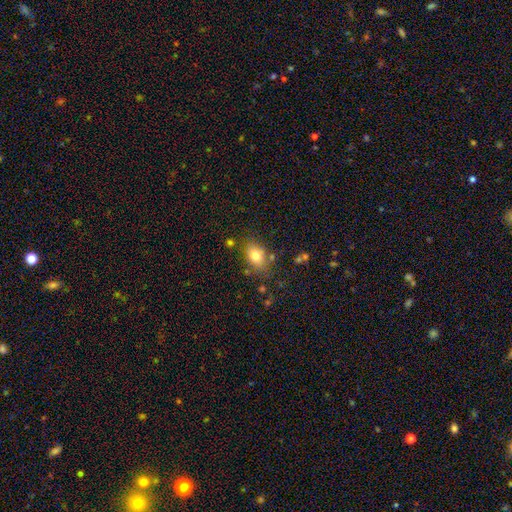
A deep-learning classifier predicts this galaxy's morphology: Smooth or featured?
  - smooth: 79% *
  - featured or disk: 11%
  - star or artifact: 10%
How rounded?
  - in between: 76% *
  - round: 23%
  - cigar-shaped: 1%
Merging?
  - none: 73% *
  - minor disturbance: 16%
  - merger: 6%
  - major disturbance: 5%